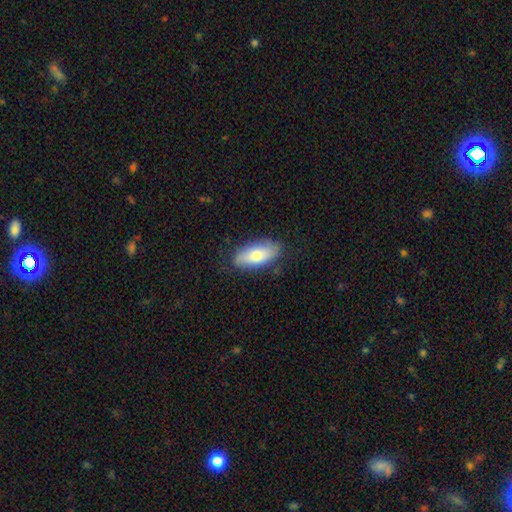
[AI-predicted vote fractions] Q: Smooth or featured?
A: smooth (73%); runner-up: featured or disk (21%)
Q: How rounded?
A: in between (85%); runner-up: cigar-shaped (12%)
Q: Merging?
A: none (79%); runner-up: minor disturbance (16%)